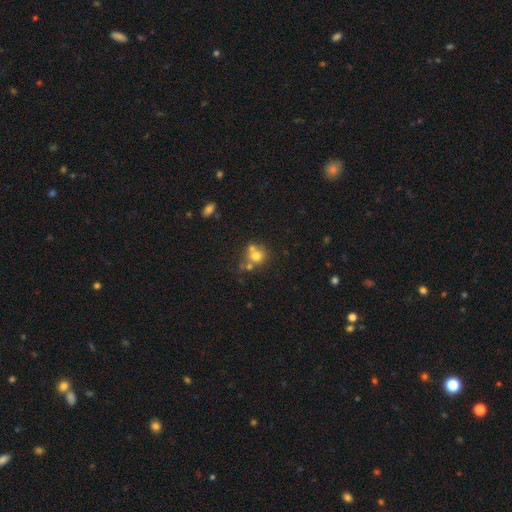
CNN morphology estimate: smooth 68%, featured or disk 18%, star or artifact 14%. Down the decision tree: how rounded — round (82%); merging — none (46%).